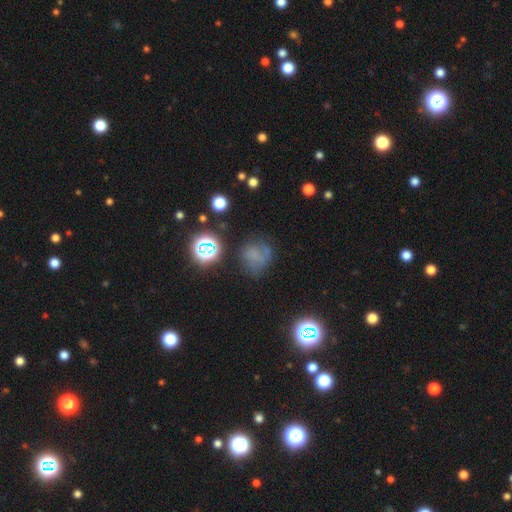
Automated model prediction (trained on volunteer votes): Overall: smooth (50%; star or artifact 30%). How rounded: round (73%). Merging: none (56%; minor disturbance 23%).